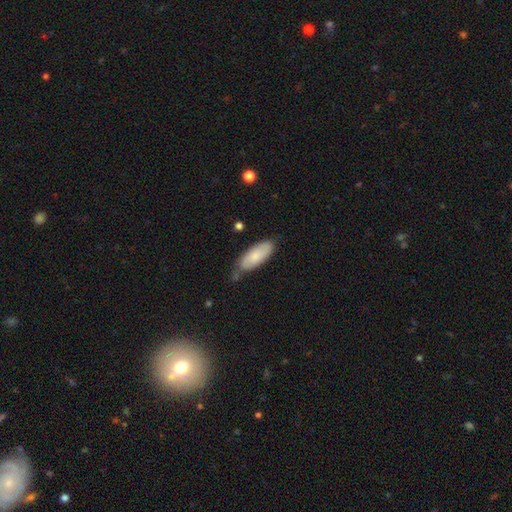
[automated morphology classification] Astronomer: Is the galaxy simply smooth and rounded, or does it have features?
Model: smooth — 73%.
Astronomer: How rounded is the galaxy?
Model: in between — 75%.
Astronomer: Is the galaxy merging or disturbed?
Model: none — 63%.